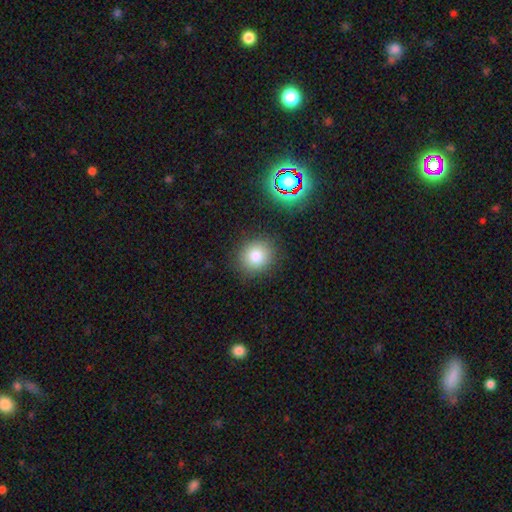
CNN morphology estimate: Overall: smooth (79%). How rounded: round (82%). Merging: none (86%).